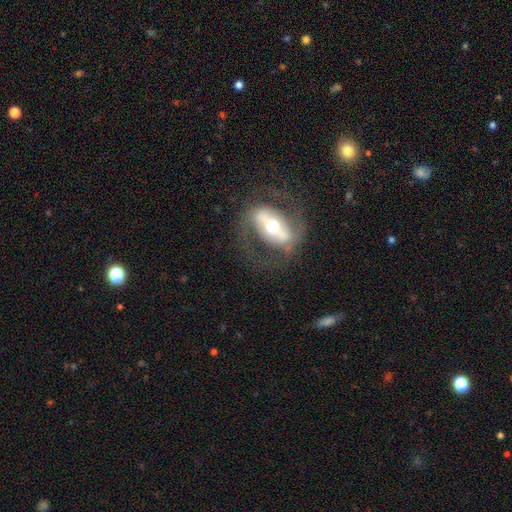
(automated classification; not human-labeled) A featured or disk galaxy (79%) with a strong bar (54%), 2 (83%) medium (45%) spiral arms (78%) and a moderate central bulge (58%).

Vote fractions:
- Smooth or featured? featured or disk: 79% / smooth: 13% / star or artifact: 9%
- Edge-on disk? no: 88% / yes: 12%
- Bar? strong: 54% / weak: 27% / no: 19%
- Spiral arms? yes: 78% / no: 22%
- Spiral winding? medium: 45% / tight: 30% / loose: 25%
- Spiral arm count? 2: 83% / can't tell: 9% / 1: 4% / 3: 2% / 4: 1% / more than 4: 1%
- Bulge size? moderate: 58% / small: 27% / large: 11% / dominant: 3% / none: 1%
- Merging? none: 72% / minor disturbance: 13% / major disturbance: 13% / merger: 2%